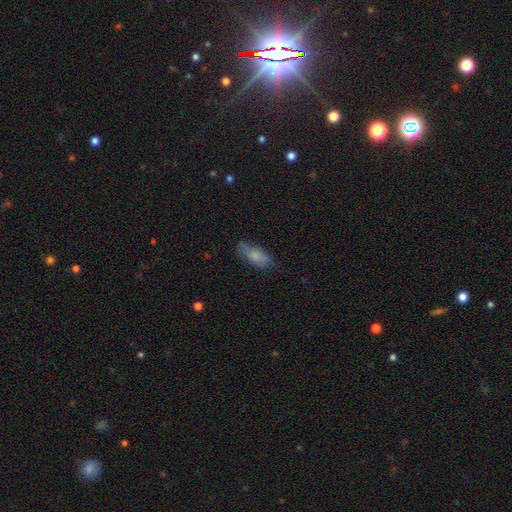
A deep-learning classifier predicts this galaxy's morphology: A smooth galaxy with no disk features (77%) that is in between round and cigar-shaped (80%).

Vote fractions:
- Smooth or featured? smooth: 77% / featured or disk: 16% / star or artifact: 7%
- How rounded? in between: 80% / cigar-shaped: 17% / round: 3%
- Merging? none: 70% / minor disturbance: 22% / major disturbance: 6% / merger: 2%